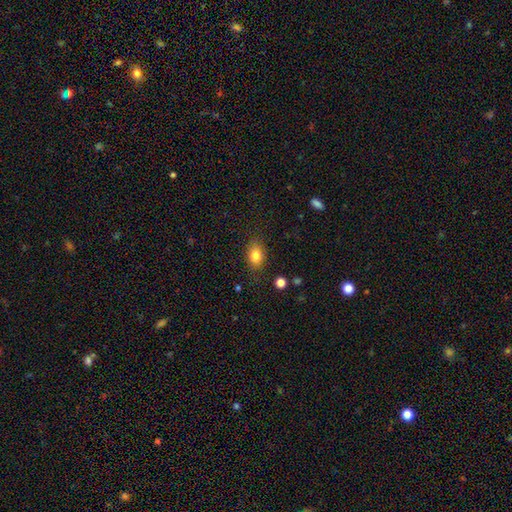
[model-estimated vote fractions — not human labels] smooth-or-featured: smooth: 81% | star or artifact: 10% | featured or disk: 9%
  how-rounded: in between: 76% | round: 22% | cigar-shaped: 2%
  merging: none: 82% | minor disturbance: 13% | major disturbance: 3% | merger: 2%